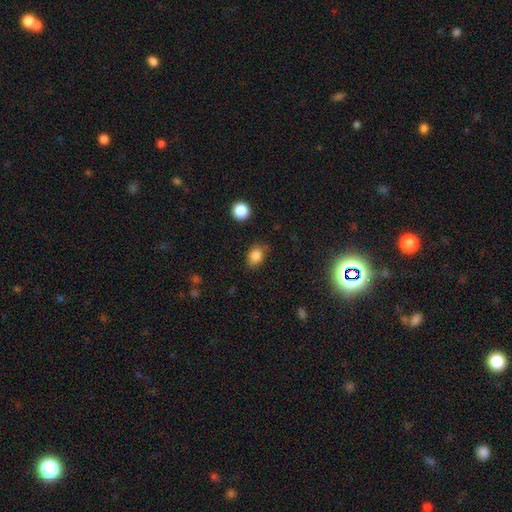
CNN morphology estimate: Smooth or featured? Predicted: smooth (p=0.84). How rounded? Predicted: in between (p=0.67). Merging? Predicted: none (p=0.75).